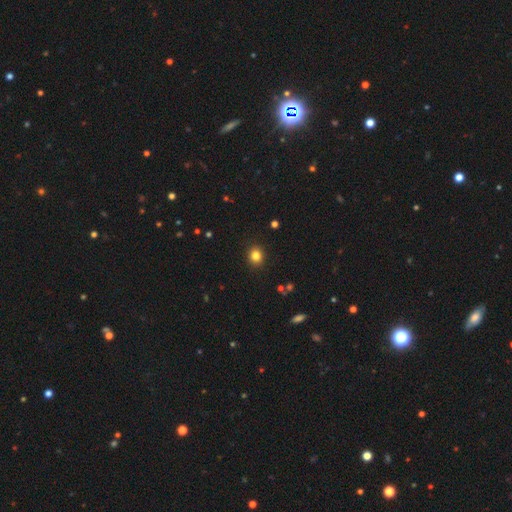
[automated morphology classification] This appears to be a smooth galaxy with no disk features (83%) that is round (82%). Merging: none (91%).